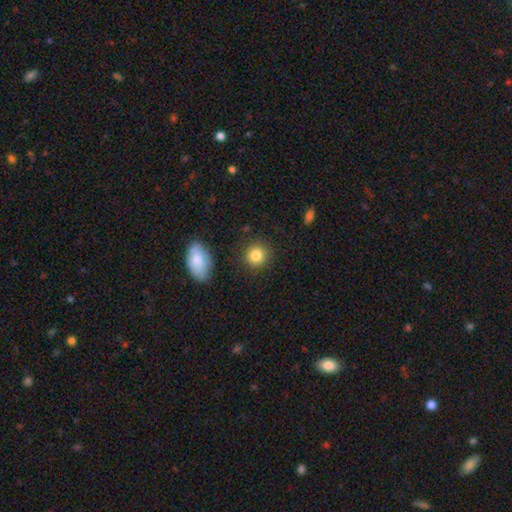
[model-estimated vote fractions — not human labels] Smooth or featured?
  - smooth: 85% *
  - star or artifact: 9%
  - featured or disk: 6%
How rounded?
  - round: 88% *
  - in between: 11%
  - cigar-shaped: 1%
Merging?
  - none: 88% *
  - minor disturbance: 7%
  - major disturbance: 2%
  - merger: 2%